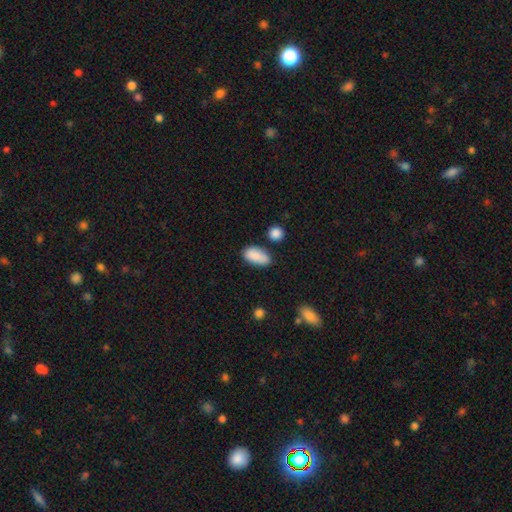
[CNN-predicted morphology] Smooth or featured?
  - smooth: 86% *
  - featured or disk: 7%
  - star or artifact: 7%
How rounded?
  - in between: 91% *
  - cigar-shaped: 5%
  - round: 4%
Merging?
  - none: 68% *
  - minor disturbance: 21%
  - merger: 7%
  - major disturbance: 4%